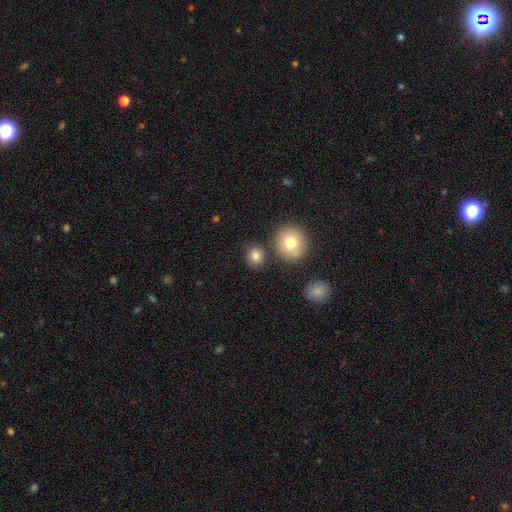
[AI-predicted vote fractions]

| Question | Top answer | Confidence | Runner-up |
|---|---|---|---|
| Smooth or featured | smooth | 82% | star or artifact (11%) |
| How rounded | round | 77% | in between (22%) |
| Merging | none | 77% | minor disturbance (11%) |